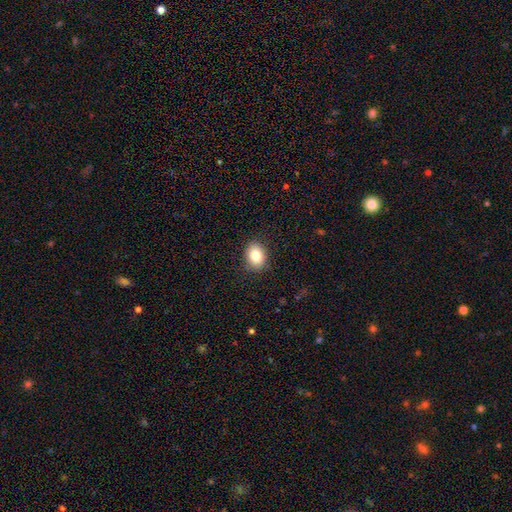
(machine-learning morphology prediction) smooth_or_featured: smooth (p=0.83) [alt: star or artifact p=0.09]
how_rounded: in between (p=0.64) [alt: round p=0.35]
merging: none (p=0.87) [alt: minor disturbance p=0.09]